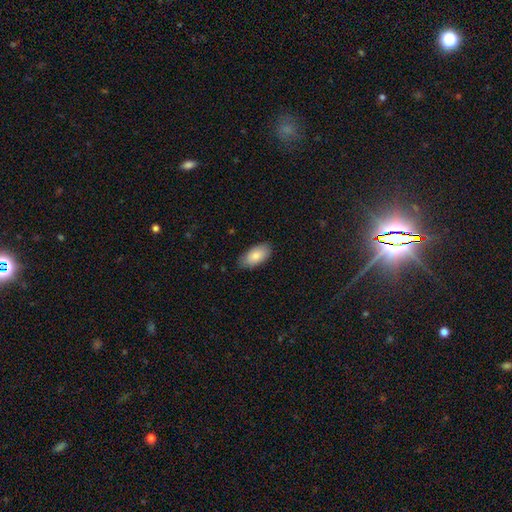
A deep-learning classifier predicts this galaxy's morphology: Smooth or featured?
  - smooth: 83% *
  - featured or disk: 11%
  - star or artifact: 6%
How rounded?
  - in between: 94% *
  - cigar-shaped: 3%
  - round: 3%
Merging?
  - none: 80% *
  - minor disturbance: 16%
  - major disturbance: 3%
  - merger: 1%